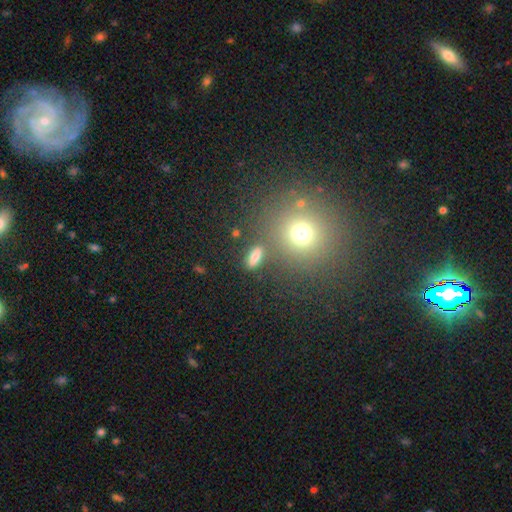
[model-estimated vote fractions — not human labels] Smooth or featured? Predicted: smooth (p=0.75). How rounded? Predicted: in between (p=0.66). Merging? Predicted: none (p=0.77).